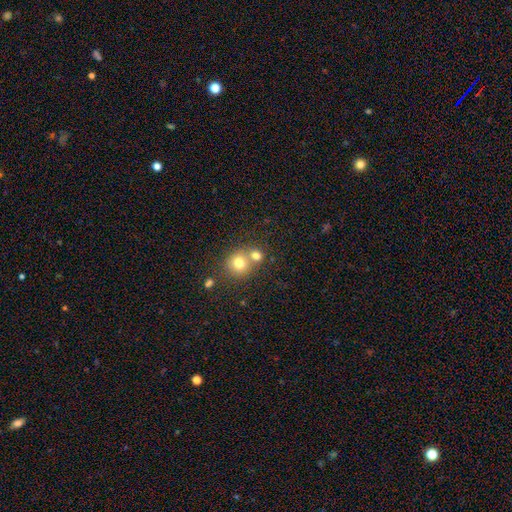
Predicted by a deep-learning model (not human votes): Smooth or featured? smooth (75%)
How rounded? round (80%)
Merging? none (46%)